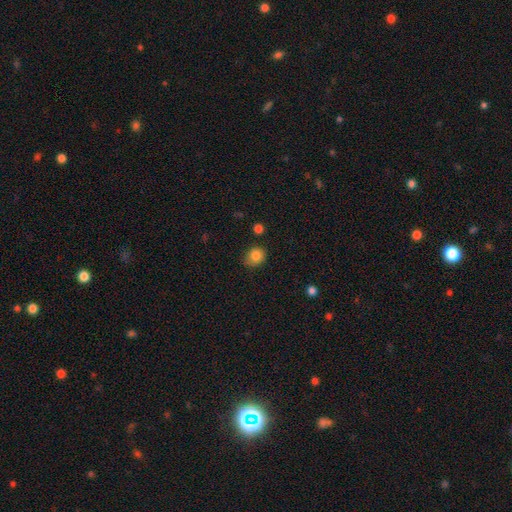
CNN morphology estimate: Overall: smooth (84%). How rounded: round (69%; in between 30%). Merging: none (75%).